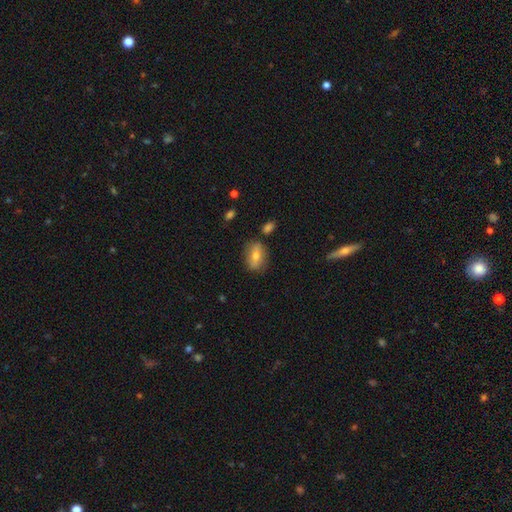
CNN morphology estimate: Smooth or featured: smooth — 58% (featured or disk — 33%)
How rounded: in between — 78% (round — 18%)
Merging: none — 78% (minor disturbance — 15%)